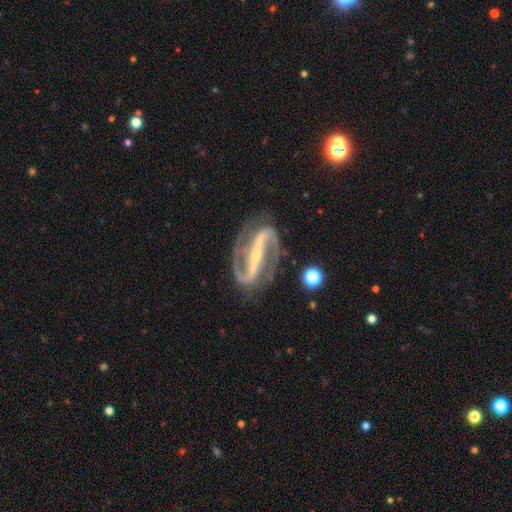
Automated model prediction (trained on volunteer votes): Q: Smooth or featured?
A: featured or disk (93%); runner-up: star or artifact (4%)
Q: Edge-on disk?
A: no (95%); runner-up: yes (5%)
Q: Bar?
A: strong (84%); runner-up: weak (10%)
Q: Spiral arms?
A: yes (98%); runner-up: no (2%)
Q: Spiral winding?
A: medium (53%); runner-up: tight (26%)
Q: Spiral arm count?
A: 2 (94%); runner-up: can't tell (1%)
Q: Bulge size?
A: small (73%); runner-up: moderate (22%)
Q: Merging?
A: none (83%); runner-up: minor disturbance (11%)